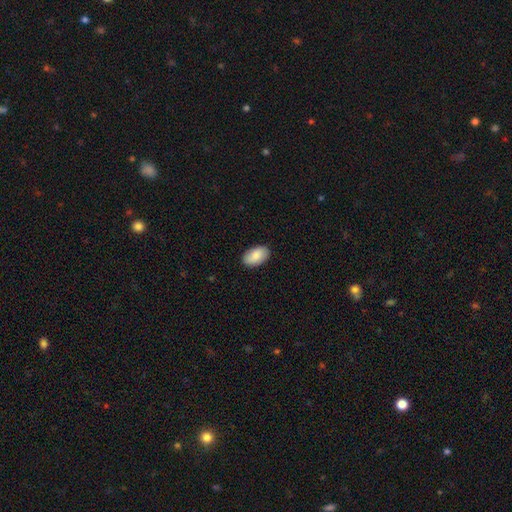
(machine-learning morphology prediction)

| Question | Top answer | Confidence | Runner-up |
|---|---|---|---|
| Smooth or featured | smooth | 87% | featured or disk (8%) |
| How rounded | in between | 95% | round (4%) |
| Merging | none | 88% | minor disturbance (9%) |